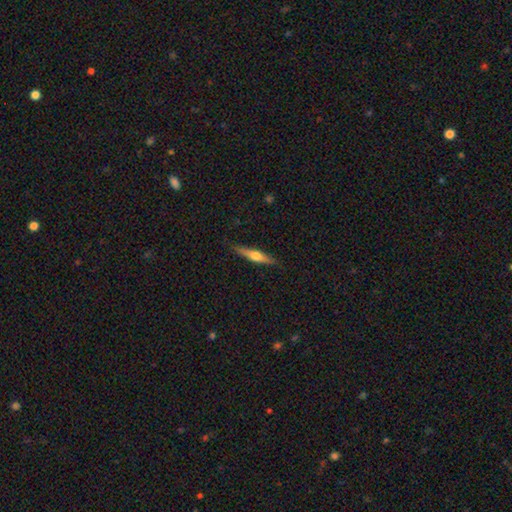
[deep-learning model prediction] Smooth or featured? Predicted: featured or disk (p=0.58). Edge-on disk? Predicted: yes (p=0.96). Edge-on bulge? Predicted: rounded (p=0.92). Merging? Predicted: none (p=0.87).